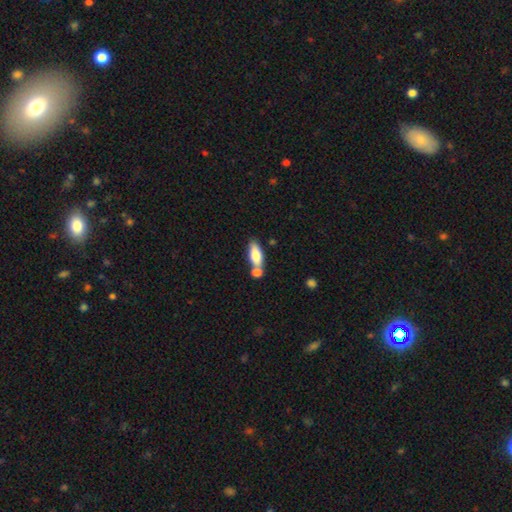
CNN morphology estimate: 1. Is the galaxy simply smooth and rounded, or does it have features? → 78% smooth, 15% featured or disk, 7% star or artifact.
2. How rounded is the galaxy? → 78% in between, 19% cigar-shaped, 3% round.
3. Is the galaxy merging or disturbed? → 47% none, 37% merger, 12% minor disturbance, 4% major disturbance.